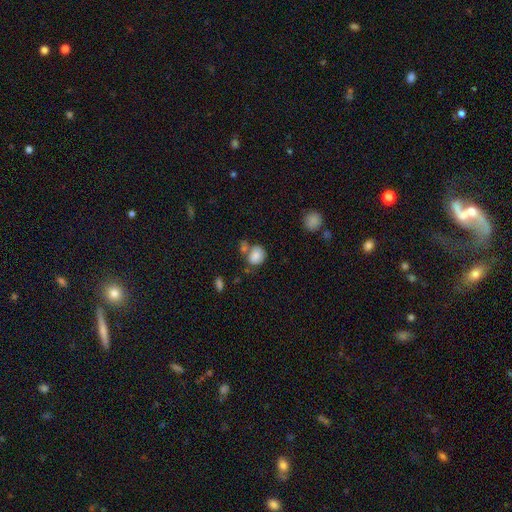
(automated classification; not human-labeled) A smooth galaxy with no disk features (84%) that is round (62%). Merging: none (52%).